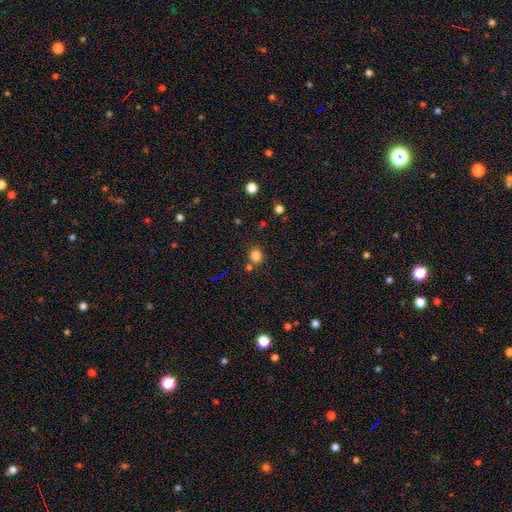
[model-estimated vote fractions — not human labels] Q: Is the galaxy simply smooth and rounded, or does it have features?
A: smooth — 82%.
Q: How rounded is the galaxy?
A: round — 68%.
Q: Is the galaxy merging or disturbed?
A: none — 74%.